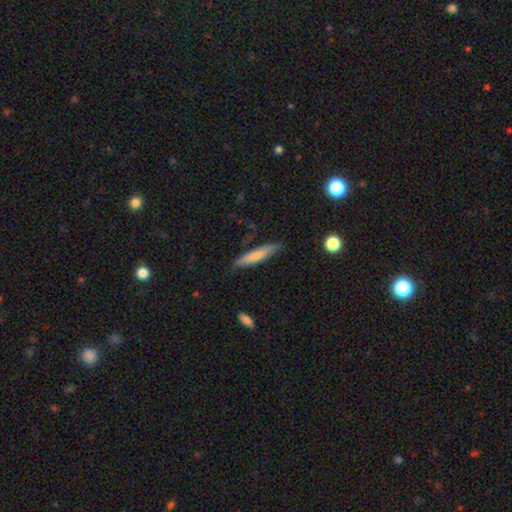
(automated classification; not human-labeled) Morphology: type=smooth (71%); roundness=cigar-shaped (86%); merging=none (80%).